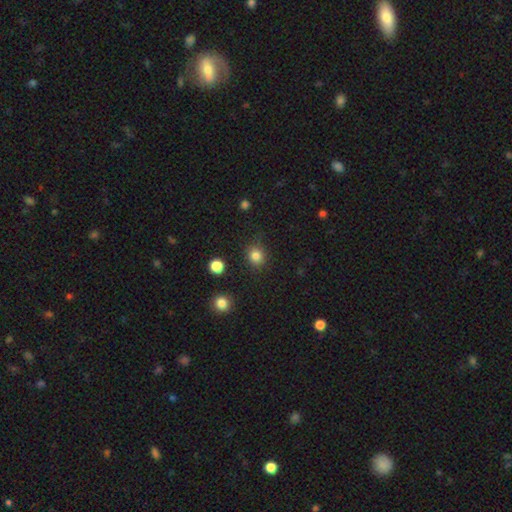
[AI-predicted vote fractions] Morphology: type=smooth (82%); roundness=round (85%); merging=none (85%).